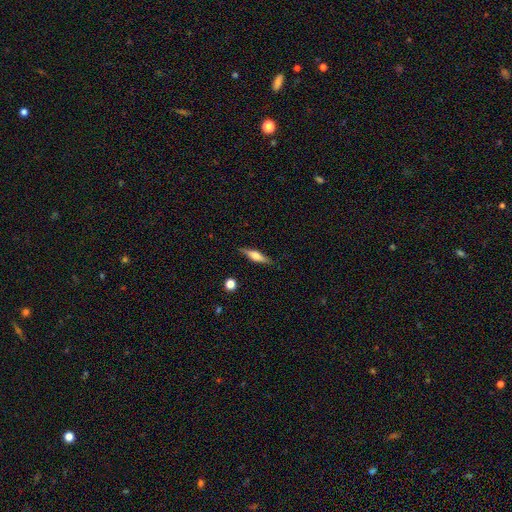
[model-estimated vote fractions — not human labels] smooth-or-featured: featured or disk: 54% | smooth: 39% | star or artifact: 7%
  disk-edge-on: yes: 95% | no: 5%
    edge-on-bulge: rounded: 81% | boxy: 15% | none: 4%
  merging: none: 84% | minor disturbance: 11% | major disturbance: 3% | merger: 2%